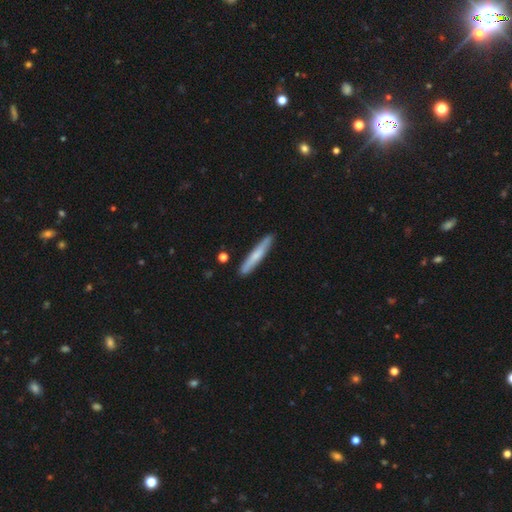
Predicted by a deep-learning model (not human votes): A smooth galaxy with no disk features (64%) that is cigar-shaped (95%).

Vote fractions:
- Smooth or featured? smooth: 64% / featured or disk: 31% / star or artifact: 5%
- How rounded? cigar-shaped: 95% / in between: 4% / round: 1%
- Merging? none: 88% / minor disturbance: 8% / merger: 2% / major disturbance: 1%